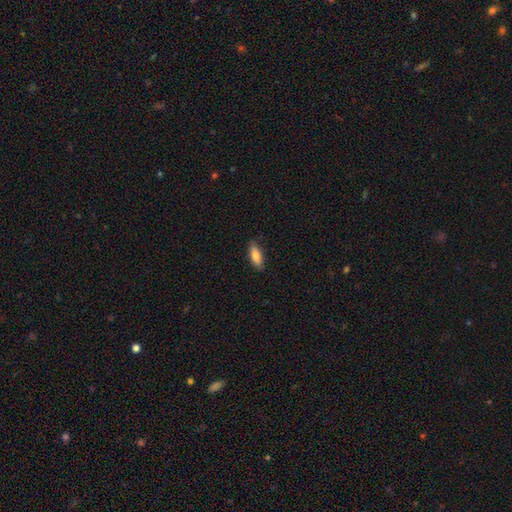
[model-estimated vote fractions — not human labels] smooth_or_featured: smooth (p=0.82) [alt: featured or disk p=0.12]
how_rounded: in between (p=0.68) [alt: cigar-shaped p=0.30]
merging: none (p=0.85) [alt: minor disturbance p=0.11]